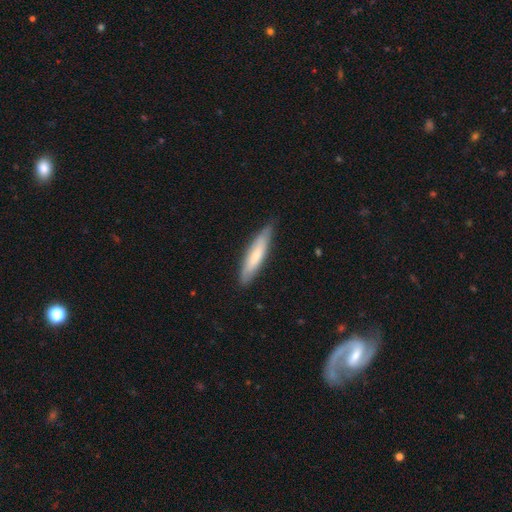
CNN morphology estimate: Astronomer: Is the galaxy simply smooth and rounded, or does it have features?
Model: smooth — 65%.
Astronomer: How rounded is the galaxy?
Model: cigar-shaped — 82%.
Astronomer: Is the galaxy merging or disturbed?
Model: none — 81%.